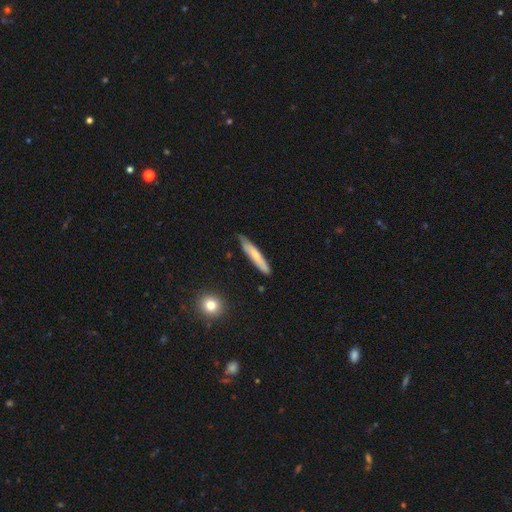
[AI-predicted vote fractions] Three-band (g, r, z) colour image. It shows a smooth galaxy with no disk features (63%) that is cigar-shaped (90%). Merging: none (78%).